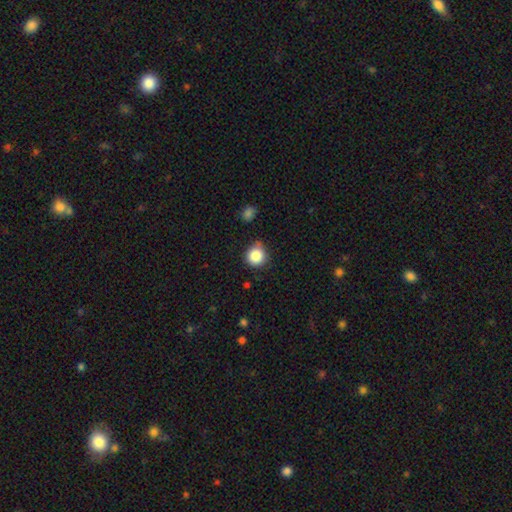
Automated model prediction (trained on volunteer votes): Smooth or featured? smooth (86%)
How rounded? round (90%)
Merging? none (71%)